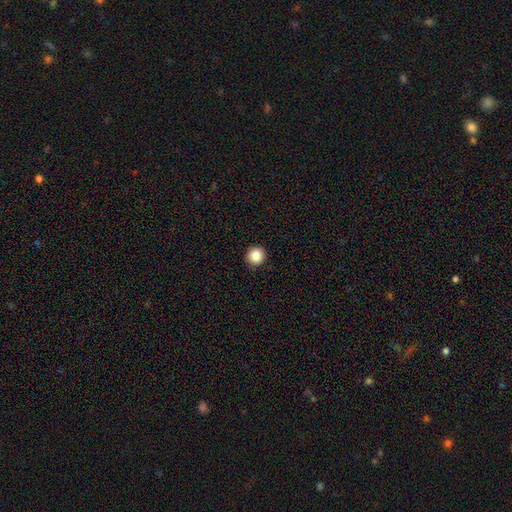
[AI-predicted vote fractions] Morphology: type=smooth (87%); roundness=round (94%); merging=none (92%).